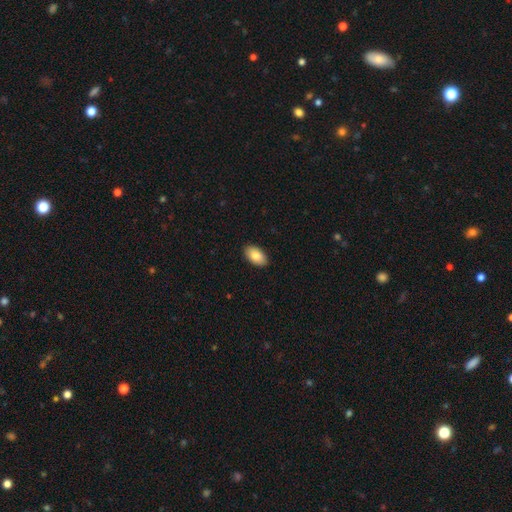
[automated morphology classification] Q: Smooth or featured?
A: smooth (85%); runner-up: featured or disk (9%)
Q: How rounded?
A: in between (95%); runner-up: round (4%)
Q: Merging?
A: none (90%); runner-up: minor disturbance (8%)